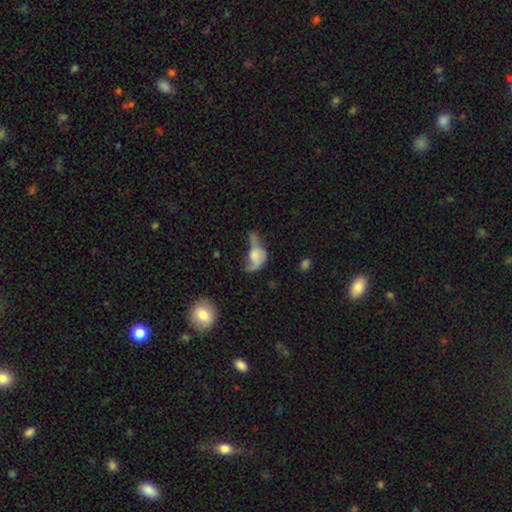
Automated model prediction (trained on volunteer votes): Smooth or featured: featured or disk — 48% (smooth — 42%)
Merging: major disturbance — 42% (merger — 25%)